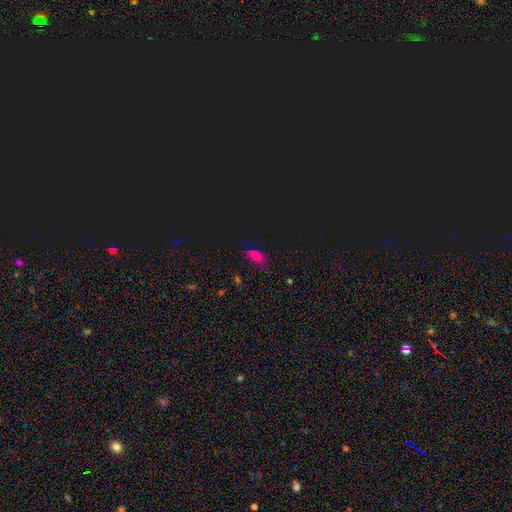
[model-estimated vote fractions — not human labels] Overall: smooth (50%; star or artifact 39%). Merging: none (59%; minor disturbance 26%).